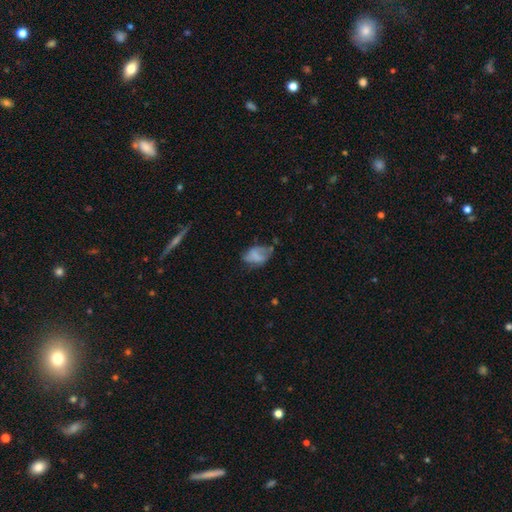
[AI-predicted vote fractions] Overall: smooth (62%; featured or disk 27%). How rounded: in between (84%). Merging: none (39%; minor disturbance 34%).